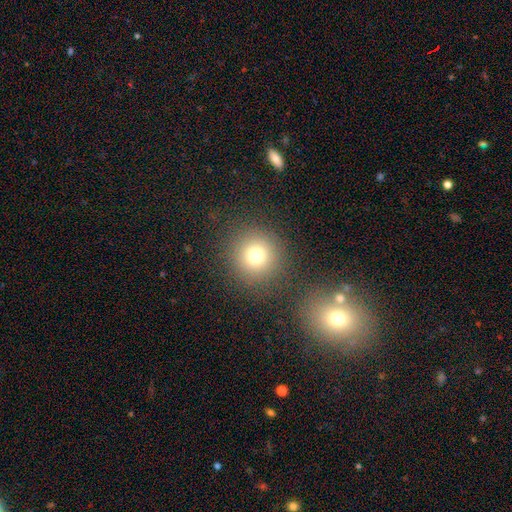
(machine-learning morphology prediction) Smooth or featured? Predicted: smooth (p=0.76). How rounded? Predicted: round (p=0.94). Merging? Predicted: none (p=0.86).